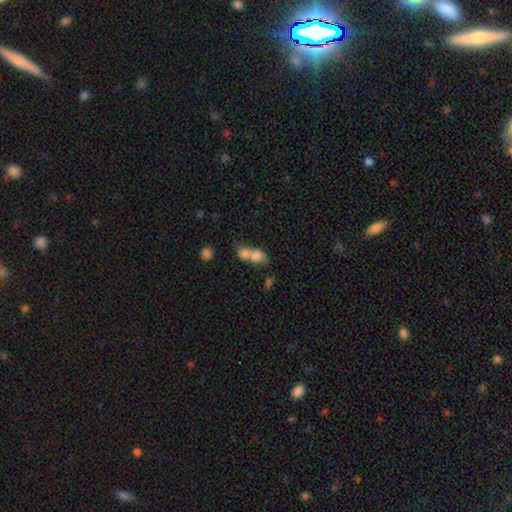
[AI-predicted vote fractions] Smooth or featured? smooth (75%)
How rounded? in between (56%)
Merging? merger (73%)